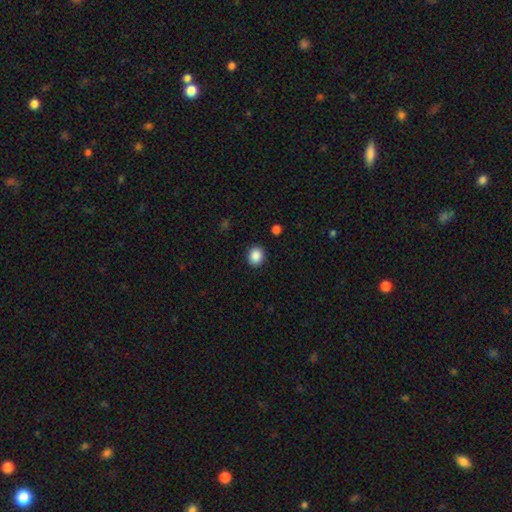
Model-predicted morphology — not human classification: Q: Smooth or featured?
A: smooth (88%); runner-up: star or artifact (9%)
Q: How rounded?
A: round (75%); runner-up: in between (24%)
Q: Merging?
A: none (90%); runner-up: minor disturbance (7%)